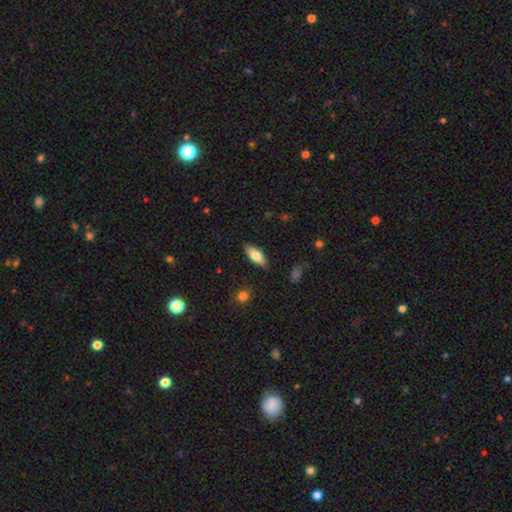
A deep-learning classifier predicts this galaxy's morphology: A smooth galaxy with no disk features (75%) that is in between round and cigar-shaped (77%).

Vote fractions:
- Smooth or featured? smooth: 75% / featured or disk: 18% / star or artifact: 6%
- How rounded? in between: 77% / cigar-shaped: 21% / round: 2%
- Merging? none: 87% / minor disturbance: 10% / major disturbance: 2% / merger: 1%